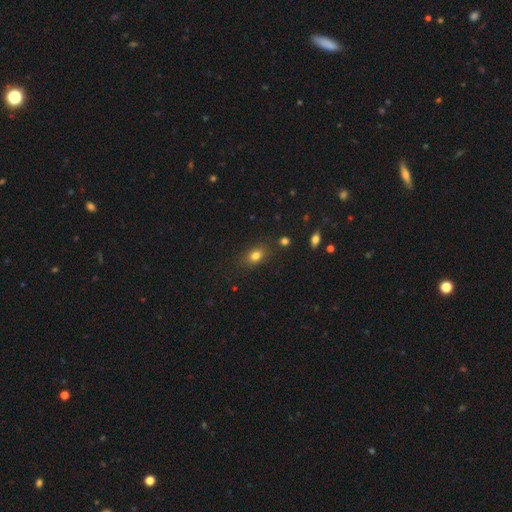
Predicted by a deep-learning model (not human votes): A smooth galaxy with no disk features (79%) that is in between round and cigar-shaped (68%).

Vote fractions:
- Smooth or featured? smooth: 79% / star or artifact: 13% / featured or disk: 9%
- How rounded? in between: 68% / round: 30% / cigar-shaped: 3%
- Merging? none: 81% / minor disturbance: 13% / major disturbance: 4% / merger: 3%